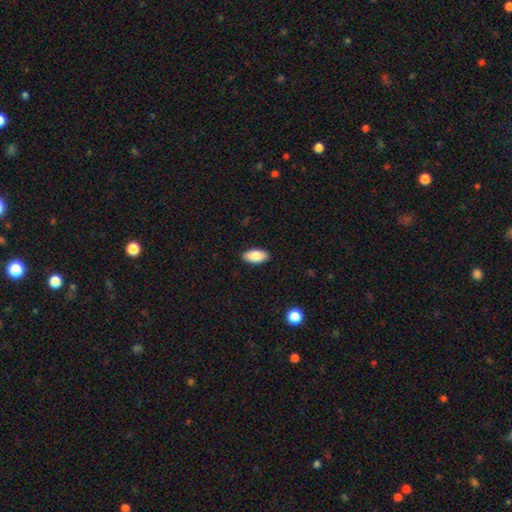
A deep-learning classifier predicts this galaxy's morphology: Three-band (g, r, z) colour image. It shows a smooth galaxy with no disk features (86%) that is in between round and cigar-shaped (94%). Merging: none (90%).